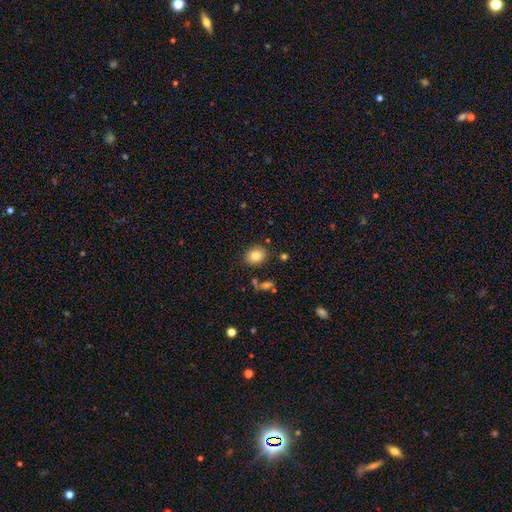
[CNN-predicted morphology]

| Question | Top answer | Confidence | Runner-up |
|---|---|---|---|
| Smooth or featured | smooth | 83% | star or artifact (10%) |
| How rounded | round | 60% | in between (39%) |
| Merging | none | 84% | minor disturbance (10%) |